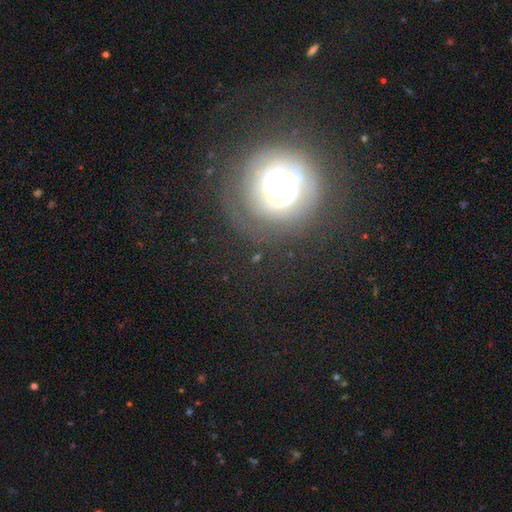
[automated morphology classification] smooth-or-featured: featured or disk: 45% | smooth: 31% | star or artifact: 24%
  merging: none: 76% | minor disturbance: 13% | major disturbance: 9% | merger: 2%